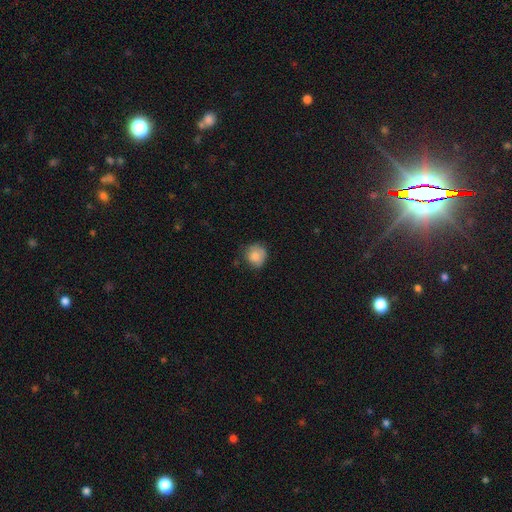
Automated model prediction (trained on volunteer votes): Overall: smooth (82%). How rounded: round (85%). Merging: none (65%; minor disturbance 27%).